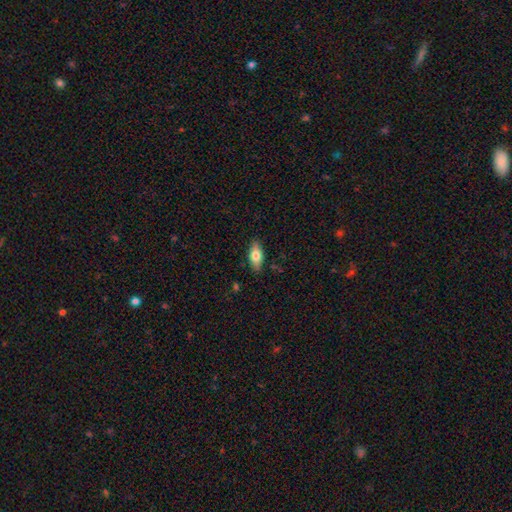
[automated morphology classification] Q: Smooth or featured?
A: smooth (73%); runner-up: featured or disk (20%)
Q: How rounded?
A: in between (85%); runner-up: cigar-shaped (12%)
Q: Merging?
A: none (86%); runner-up: minor disturbance (11%)